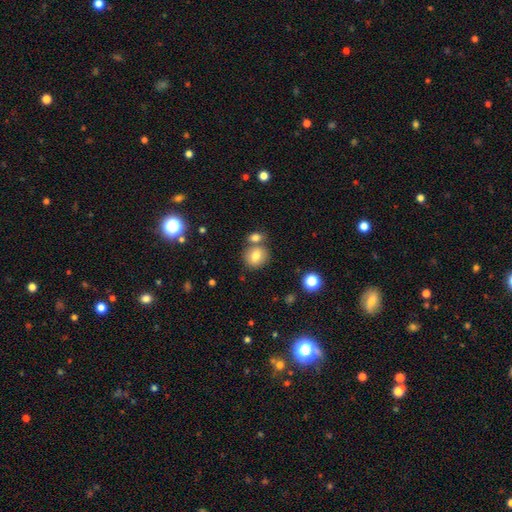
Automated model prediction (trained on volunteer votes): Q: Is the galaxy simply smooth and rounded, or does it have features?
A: smooth — 78%.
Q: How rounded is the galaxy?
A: round — 73%.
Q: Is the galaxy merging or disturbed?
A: none — 60%.